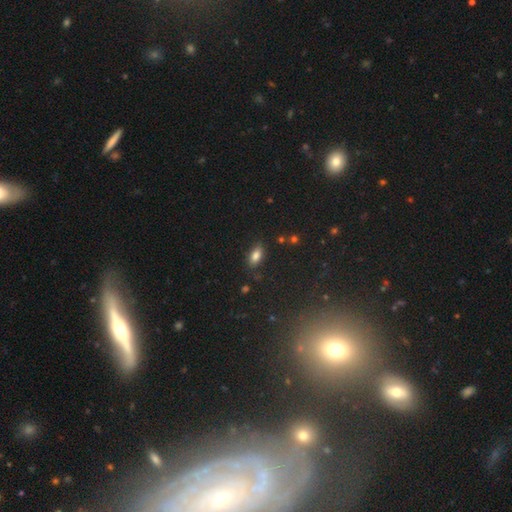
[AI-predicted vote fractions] Smooth or featured?
  - smooth: 82% *
  - star or artifact: 10%
  - featured or disk: 8%
How rounded?
  - in between: 88% *
  - cigar-shaped: 6%
  - round: 6%
Merging?
  - none: 81% *
  - minor disturbance: 14%
  - major disturbance: 3%
  - merger: 2%